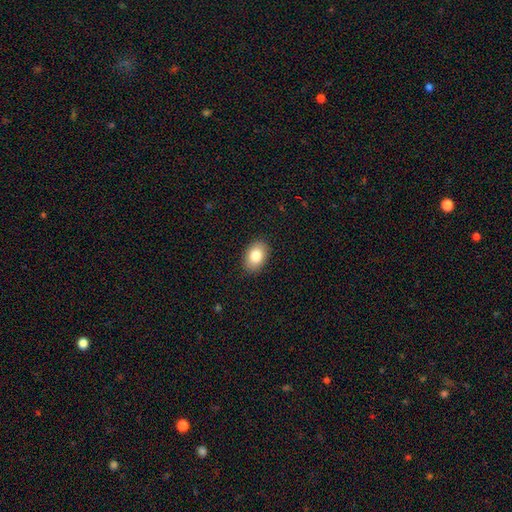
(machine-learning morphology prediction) Smooth or featured? Predicted: smooth (p=0.84). How rounded? Predicted: in between (p=0.84). Merging? Predicted: none (p=0.89).